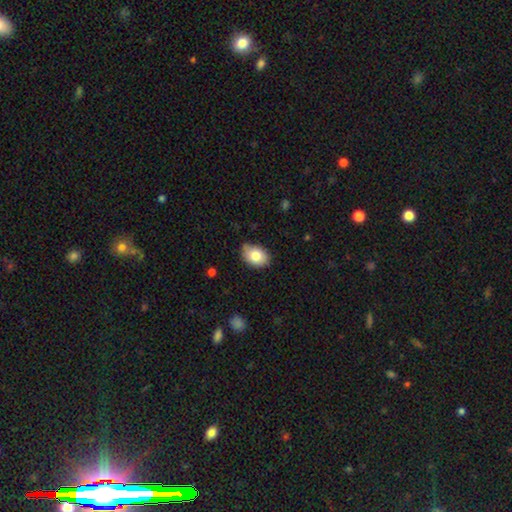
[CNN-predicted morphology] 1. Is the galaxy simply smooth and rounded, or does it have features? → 81% smooth, 11% featured or disk, 8% star or artifact.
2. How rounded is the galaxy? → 78% in between, 21% round, 1% cigar-shaped.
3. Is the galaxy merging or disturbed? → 73% none, 23% minor disturbance, 3% major disturbance, 2% merger.